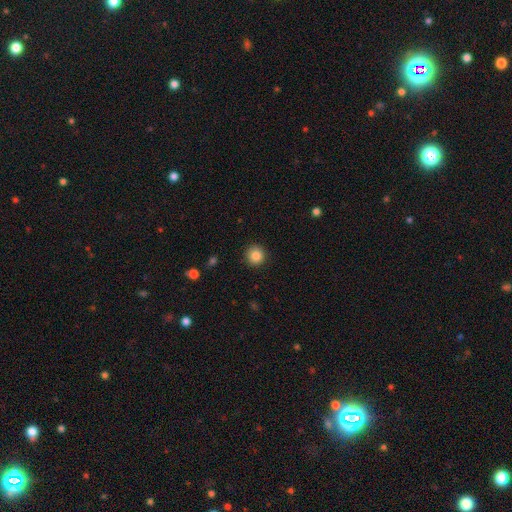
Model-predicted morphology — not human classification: Smooth or featured?
  - smooth: 86% *
  - star or artifact: 10%
  - featured or disk: 4%
How rounded?
  - round: 94% *
  - in between: 5%
  - cigar-shaped: 1%
Merging?
  - none: 91% *
  - minor disturbance: 6%
  - major disturbance: 2%
  - merger: 1%